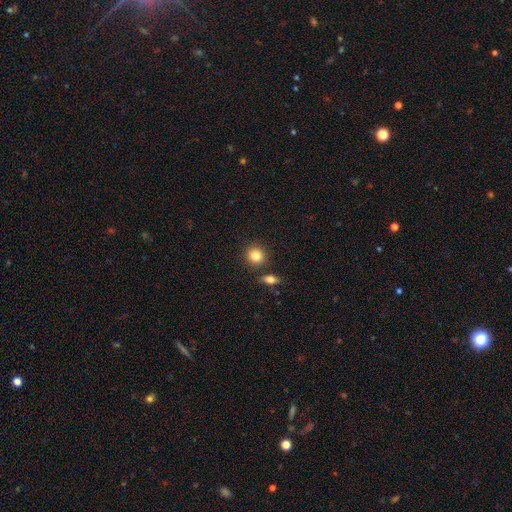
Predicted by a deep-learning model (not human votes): Q: Smooth or featured?
A: smooth (84%); runner-up: star or artifact (10%)
Q: How rounded?
A: round (86%); runner-up: in between (13%)
Q: Merging?
A: none (83%); runner-up: minor disturbance (8%)